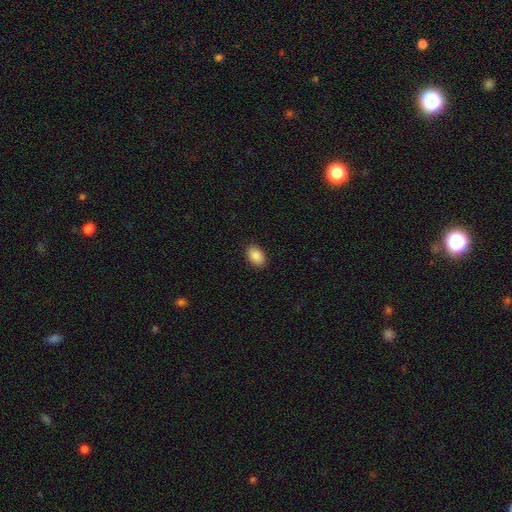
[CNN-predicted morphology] Smooth or featured? Predicted: smooth (p=0.88). How rounded? Predicted: in between (p=0.85). Merging? Predicted: none (p=0.90).